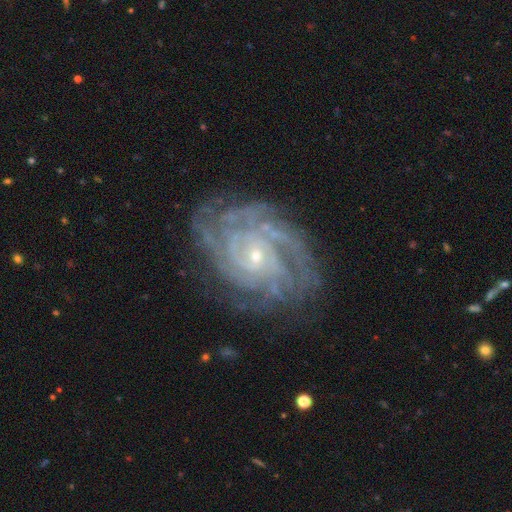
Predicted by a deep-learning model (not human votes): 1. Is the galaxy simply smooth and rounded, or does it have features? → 90% featured or disk, 6% star or artifact, 4% smooth.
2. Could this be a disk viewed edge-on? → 97% no, 3% yes.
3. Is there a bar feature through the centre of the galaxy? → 67% no, 25% weak, 8% strong.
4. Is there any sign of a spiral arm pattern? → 98% yes, 2% no.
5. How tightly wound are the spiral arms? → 76% tight, 21% medium, 3% loose.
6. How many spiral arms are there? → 24% 4 (tied), 24% can't tell (tied), 16% 3, 15% more than 4, 13% 2, 8% 1.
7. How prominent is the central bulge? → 81% small, 16% moderate, 2% none, 1% large, 1% dominant.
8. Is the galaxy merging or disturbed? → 77% none, 16% minor disturbance, 6% major disturbance, 1% merger.